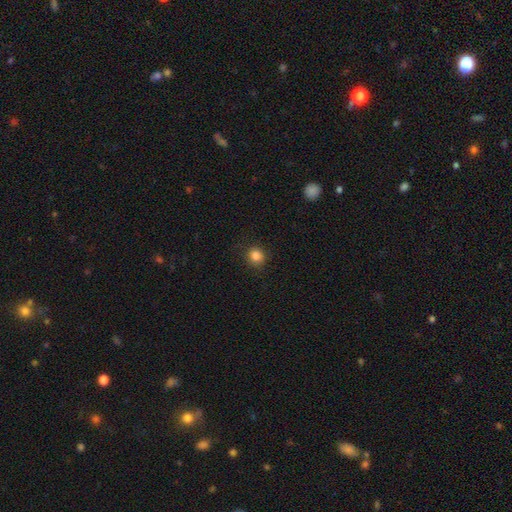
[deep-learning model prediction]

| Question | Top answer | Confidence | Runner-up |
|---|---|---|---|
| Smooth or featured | smooth | 84% | star or artifact (12%) |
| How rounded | round | 90% | in between (9%) |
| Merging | none | 89% | minor disturbance (8%) |